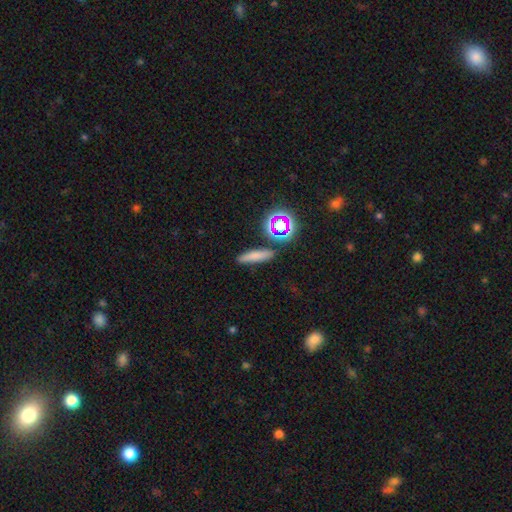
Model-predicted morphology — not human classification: Q: Smooth or featured?
A: smooth (71%); runner-up: star or artifact (16%)
Q: How rounded?
A: cigar-shaped (76%); runner-up: in between (17%)
Q: Merging?
A: none (85%); runner-up: minor disturbance (9%)